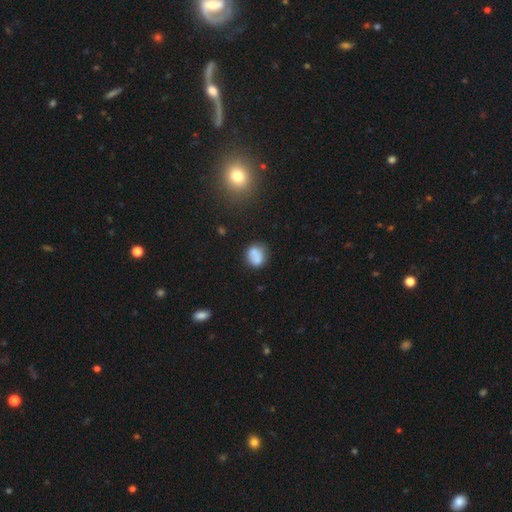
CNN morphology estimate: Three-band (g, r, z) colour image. It shows a smooth galaxy with no disk features (79%) that is round (67%). Merging: none (63%).